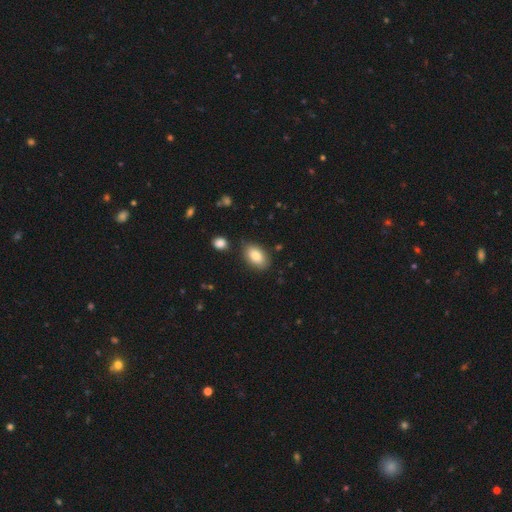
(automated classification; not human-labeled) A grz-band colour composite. It shows a smooth galaxy with no disk features (86%) that is in between round and cigar-shaped (93%). Merging: none (81%).